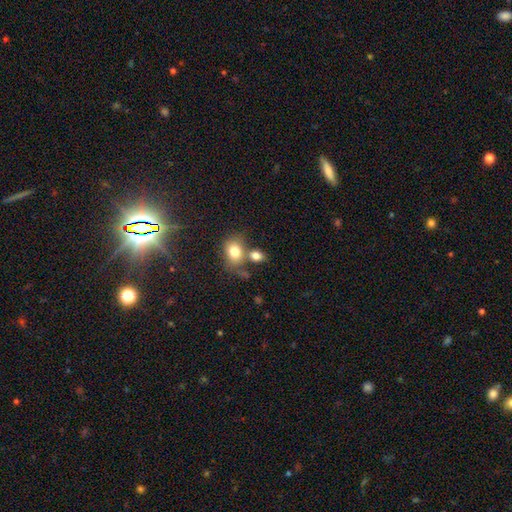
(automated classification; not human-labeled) Smooth or featured: smooth — 79% (featured or disk — 11%)
How rounded: in between — 65% (round — 33%)
Merging: none — 47% (merger — 36%)